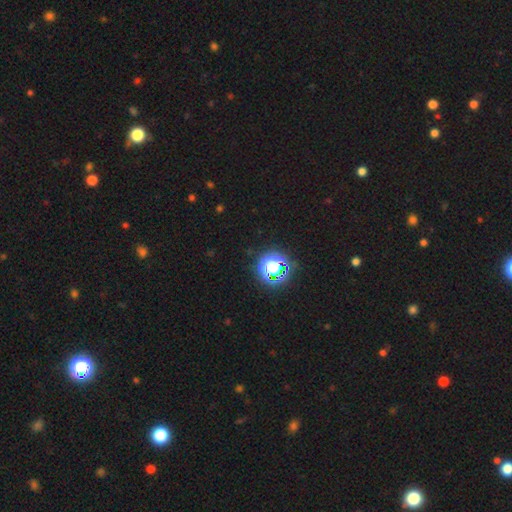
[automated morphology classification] smooth_or_featured: star or artifact (p=0.79) [alt: smooth p=0.14]